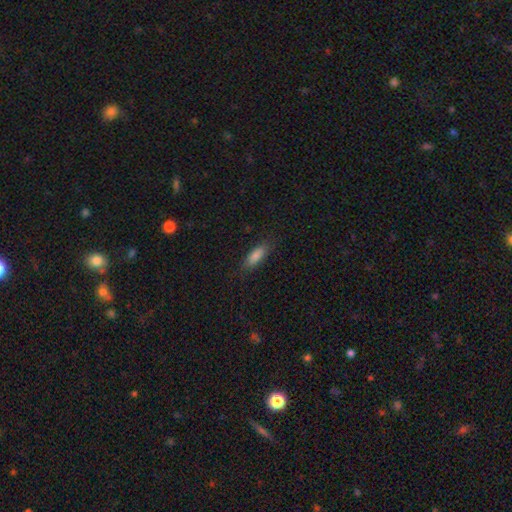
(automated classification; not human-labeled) Smooth or featured: smooth — 83% (featured or disk — 9%)
How rounded: in between — 63% (cigar-shaped — 35%)
Merging: none — 82% (minor disturbance — 13%)